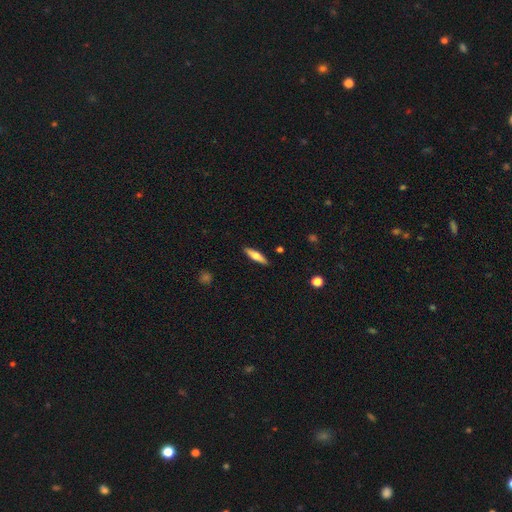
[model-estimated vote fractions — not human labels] A smooth galaxy with no disk features (61%) that is cigar-shaped (74%).

Vote fractions:
- Smooth or featured? smooth: 61% / featured or disk: 33% / star or artifact: 6%
- How rounded? cigar-shaped: 74% / in between: 24% / round: 2%
- Merging? none: 89% / minor disturbance: 8% / major disturbance: 2% / merger: 1%